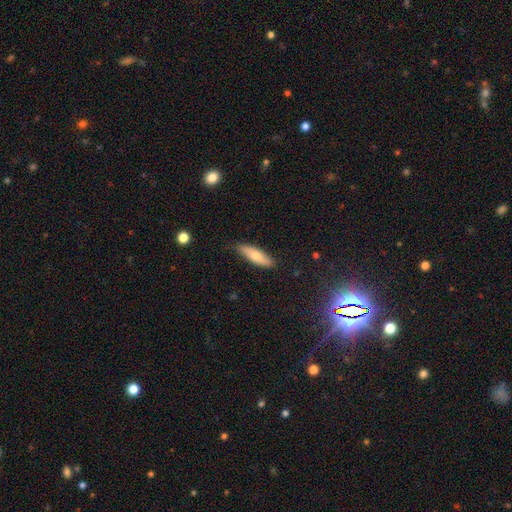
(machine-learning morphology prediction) Smooth or featured? Predicted: smooth (p=0.71). How rounded? Predicted: cigar-shaped (p=0.57). Merging? Predicted: none (p=0.79).